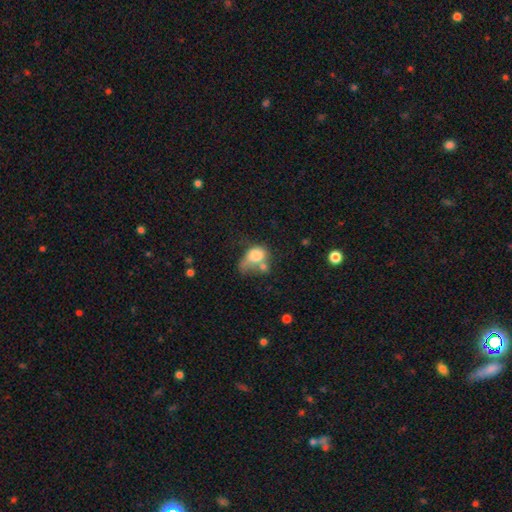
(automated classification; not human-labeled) A smooth galaxy with no disk features (69%) that is in between round and cigar-shaped (67%). Merging: merger (35%).